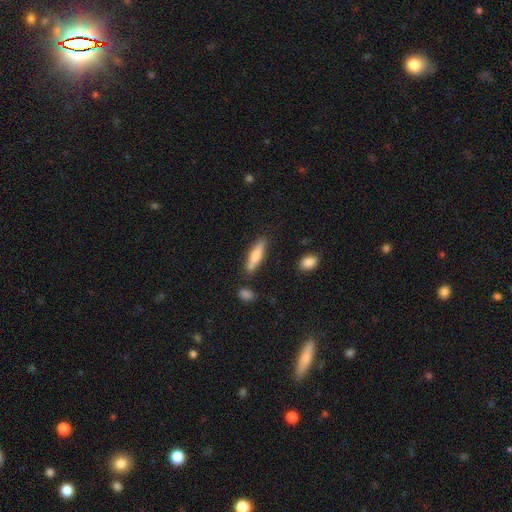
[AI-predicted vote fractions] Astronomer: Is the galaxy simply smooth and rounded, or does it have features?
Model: smooth — 72%.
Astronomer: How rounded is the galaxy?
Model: cigar-shaped — 77%.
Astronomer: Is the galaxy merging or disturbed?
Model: none — 79%.